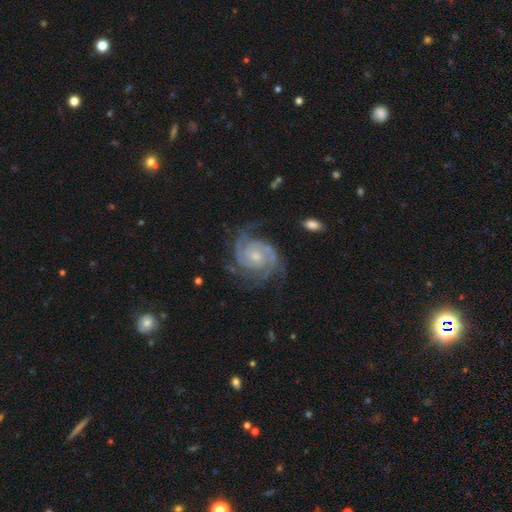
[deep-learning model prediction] The model was most divided on "bulge size": small: 50%, moderate: 43%, none: 3%, large: 2%, dominant: 1%. Remaining: spiral arms — yes (98%); edge-on disk — no (98%); smooth or featured — featured or disk (92%); merging — none (72%); bar — no (67%); spiral winding — tight (64%); spiral arm count — 2 (49%).